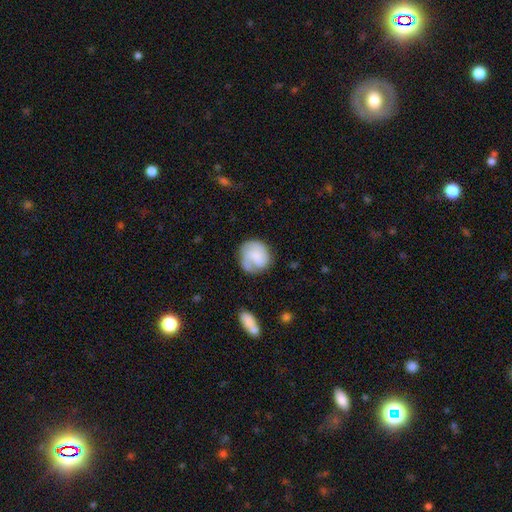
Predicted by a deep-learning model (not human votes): smooth-or-featured: featured or disk: 49% | smooth: 45% | star or artifact: 7%
  merging: none: 59% | minor disturbance: 23% | major disturbance: 15% | merger: 3%